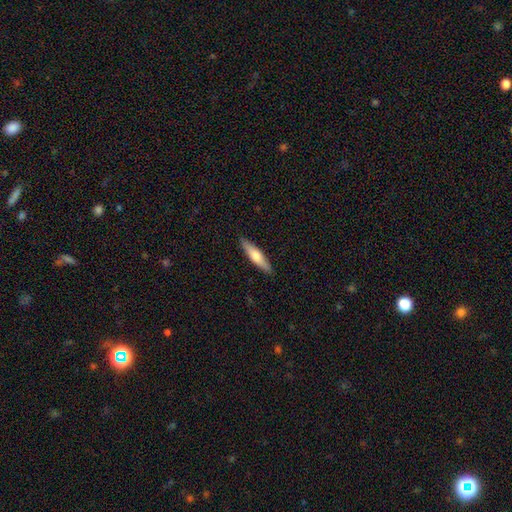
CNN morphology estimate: This is possibly a smooth galaxy (57%). How rounded: likely cigar-shaped (78%). Merging: clearly none (90%).